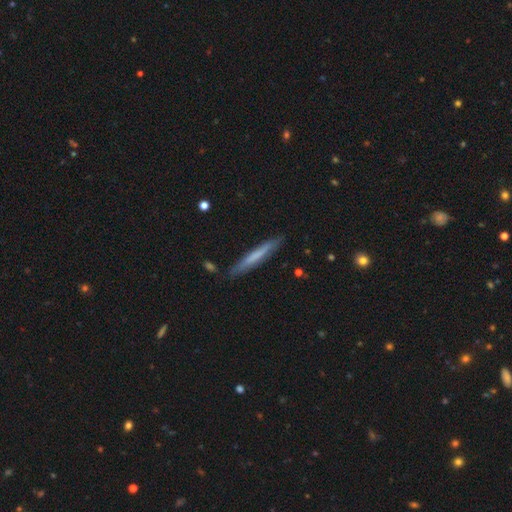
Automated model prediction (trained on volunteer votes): A smooth galaxy with no disk features (56%) that is cigar-shaped (95%).

Vote fractions:
- Smooth or featured? smooth: 56% / featured or disk: 38% / star or artifact: 6%
- How rounded? cigar-shaped: 95% / in between: 4% / round: 1%
- Merging? none: 85% / minor disturbance: 11% / major disturbance: 2% / merger: 2%